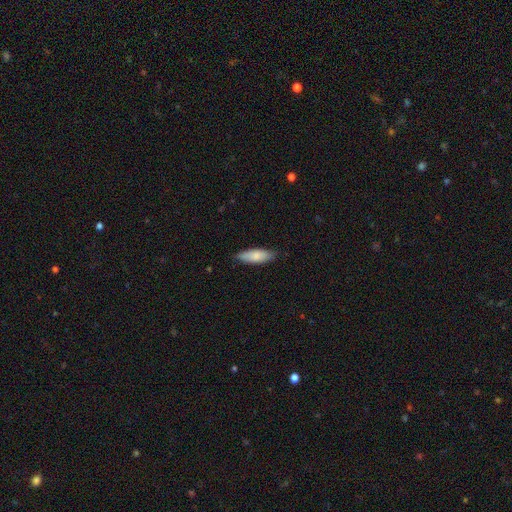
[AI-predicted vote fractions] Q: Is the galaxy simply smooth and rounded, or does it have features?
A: smooth — 80%.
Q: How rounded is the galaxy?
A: in between — 56%.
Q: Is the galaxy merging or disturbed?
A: none — 82%.